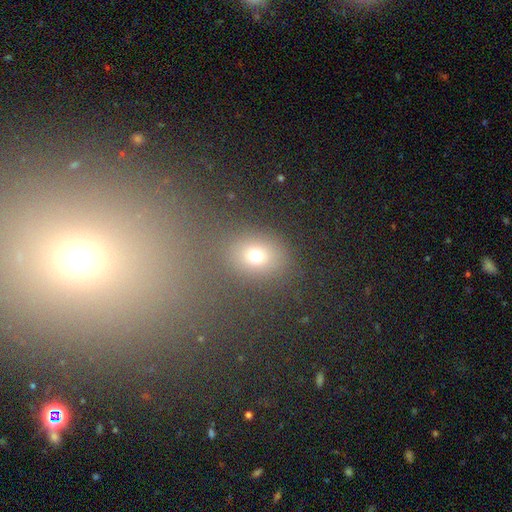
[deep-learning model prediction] smooth_or_featured: smooth (p=0.69) [alt: star or artifact p=0.21]
how_rounded: round (p=0.55) [alt: in between p=0.43]
merging: none (p=0.75) [alt: minor disturbance p=0.11]